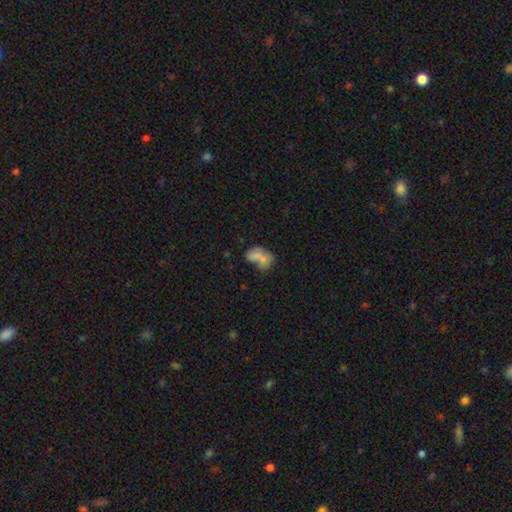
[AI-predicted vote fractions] Overall: smooth (64%). How rounded: in between (75%). Merging: merger (51%; none 25%).